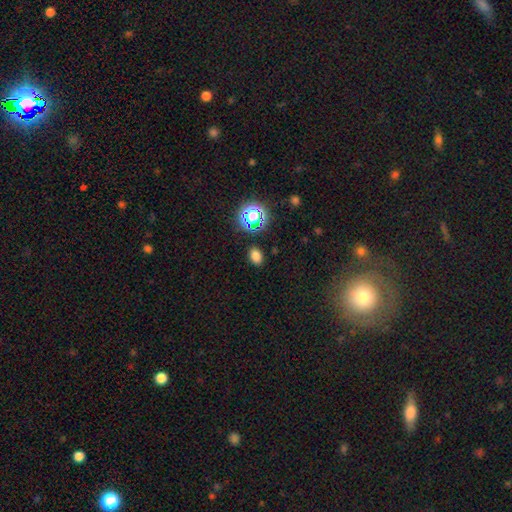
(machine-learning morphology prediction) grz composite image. It shows a smooth galaxy with no disk features (74%) that is in between round and cigar-shaped (74%). Merging: none (86%).